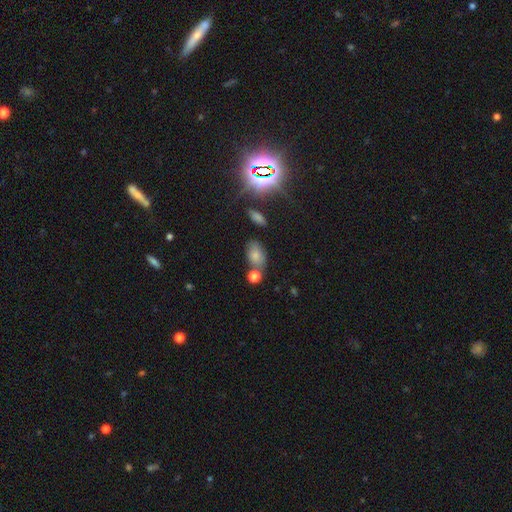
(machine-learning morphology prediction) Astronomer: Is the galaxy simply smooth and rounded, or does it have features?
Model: smooth — 72%.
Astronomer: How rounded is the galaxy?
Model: in between — 82%.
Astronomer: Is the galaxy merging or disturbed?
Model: none — 61%.